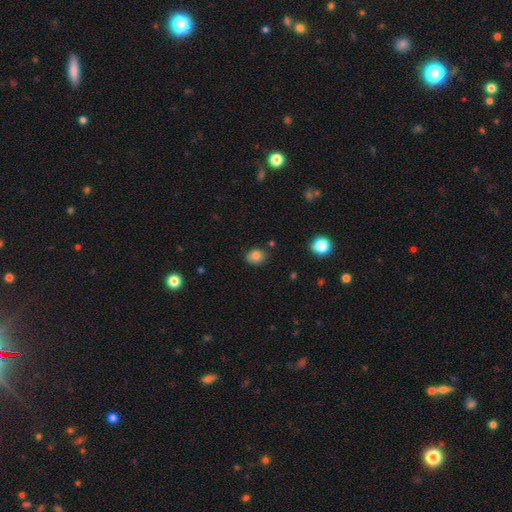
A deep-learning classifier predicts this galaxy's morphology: The model was most divided on "how rounded": in between: 52%, round: 47%, cigar-shaped: 1%. More confident: smooth or featured — smooth (81%); merging — none (80%).